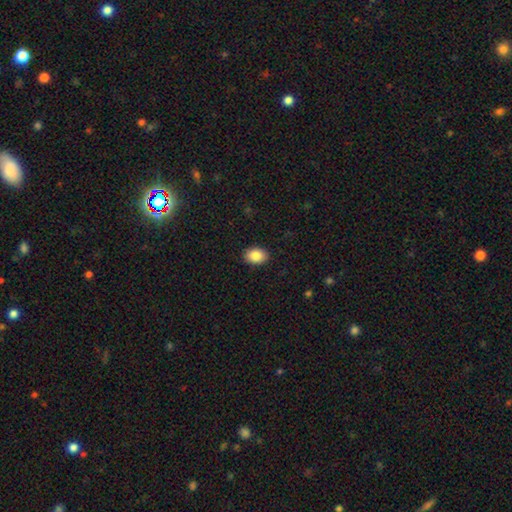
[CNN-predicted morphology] smooth 86%, star or artifact 8%, featured or disk 6%. Down the decision tree: how rounded — in between (79%); merging — none (90%).